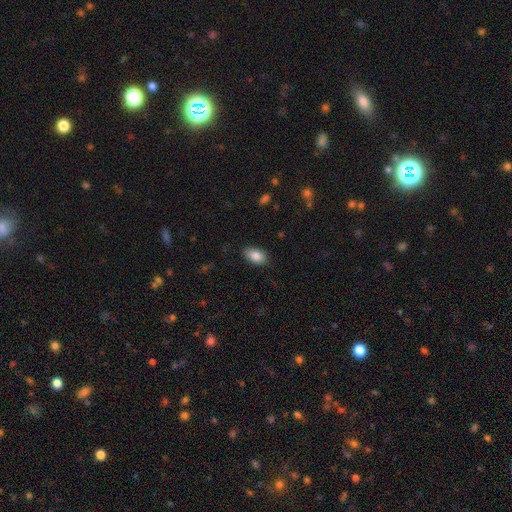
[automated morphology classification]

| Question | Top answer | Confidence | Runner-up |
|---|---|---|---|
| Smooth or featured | smooth | 86% | star or artifact (7%) |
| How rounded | in between | 92% | round (6%) |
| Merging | none | 85% | minor disturbance (12%) |